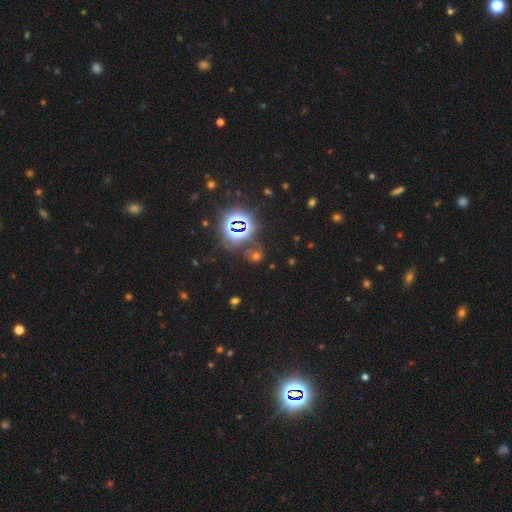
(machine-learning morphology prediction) star or artifact 56%, smooth 35%, featured or disk 9%.